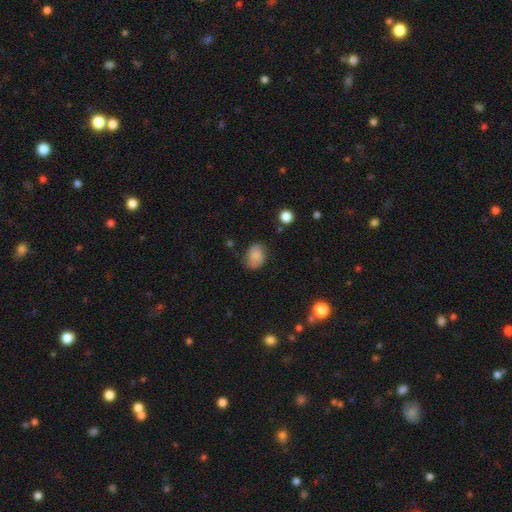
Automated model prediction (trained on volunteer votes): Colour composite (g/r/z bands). It shows a smooth galaxy with no disk features (79%) that is in between round and cigar-shaped (65%). Merging: none (67%).